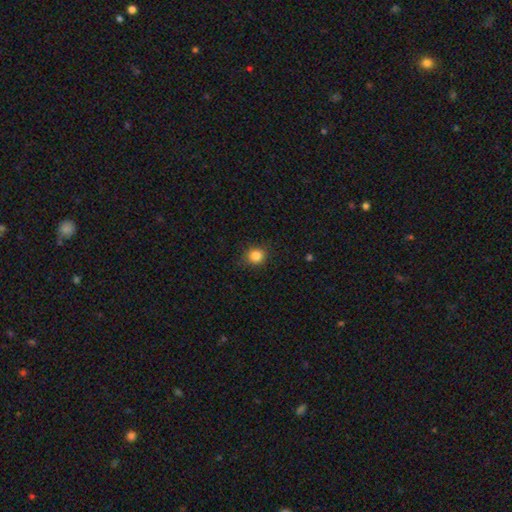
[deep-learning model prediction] smooth-or-featured: smooth: 84% | star or artifact: 11% | featured or disk: 4%
  how-rounded: round: 85% | in between: 14% | cigar-shaped: 1%
  merging: none: 83% | minor disturbance: 13% | major disturbance: 3% | merger: 1%